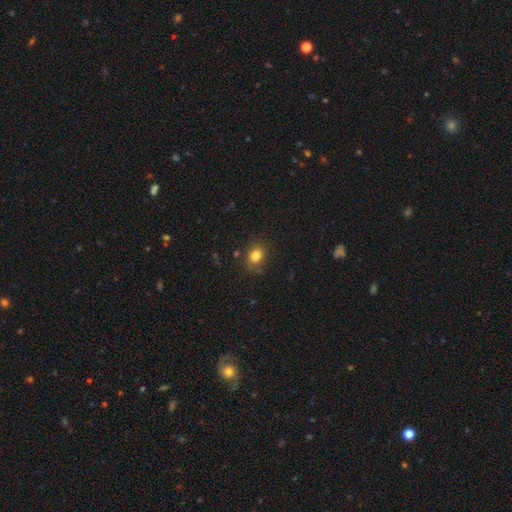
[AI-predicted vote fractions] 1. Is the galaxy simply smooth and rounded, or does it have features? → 82% smooth, 11% star or artifact, 7% featured or disk.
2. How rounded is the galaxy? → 52% round, 47% in between, 1% cigar-shaped.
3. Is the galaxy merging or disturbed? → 79% none, 15% minor disturbance, 4% major disturbance, 2% merger.